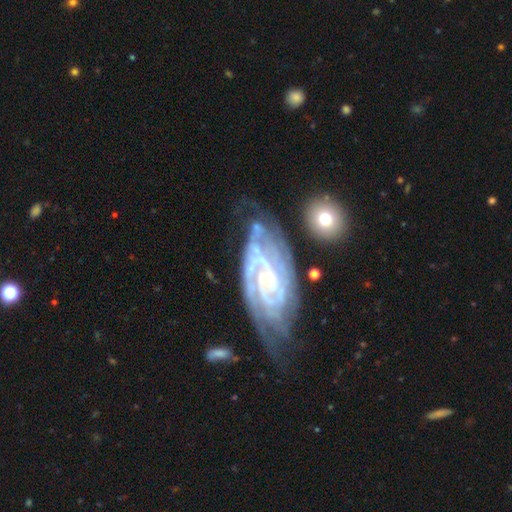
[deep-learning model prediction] Smooth or featured: featured or disk — 91% (star or artifact — 5%)
Edge-on disk: no — 96% (yes — 4%)
Bar: no — 65% (weak — 25%)
Spiral arms: yes — 98% (no — 2%)
Spiral winding: tight — 67% (medium — 28%)
Spiral arm count: 2 — 41% (3 — 22%)
Bulge size: small — 68% (moderate — 29%)
Merging: none — 49% (minor disturbance — 28%)